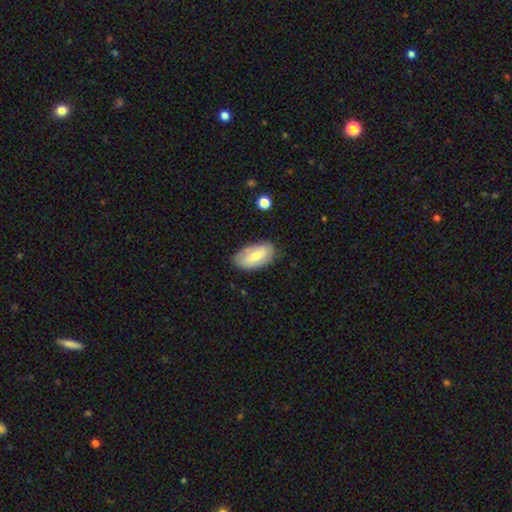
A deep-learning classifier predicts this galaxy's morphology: Smooth or featured?
  - smooth: 55% *
  - featured or disk: 39%
  - star or artifact: 6%
How rounded?
  - in between: 93% *
  - cigar-shaped: 4%
  - round: 3%
Merging?
  - none: 80% *
  - minor disturbance: 15%
  - major disturbance: 4%
  - merger: 1%